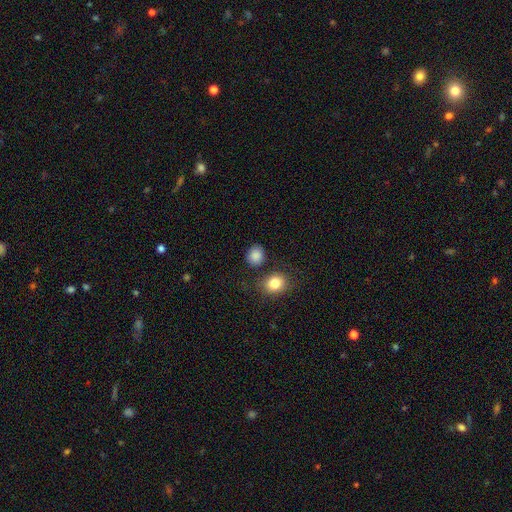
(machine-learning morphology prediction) Smooth or featured: smooth — 87% (star or artifact — 10%)
How rounded: round — 72% (in between — 27%)
Merging: none — 80% (minor disturbance — 10%)